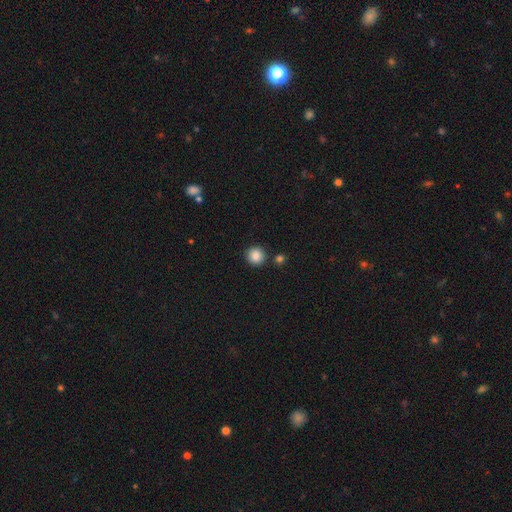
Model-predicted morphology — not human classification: type=smooth (87%); roundness=round (93%); merging=none (87%).